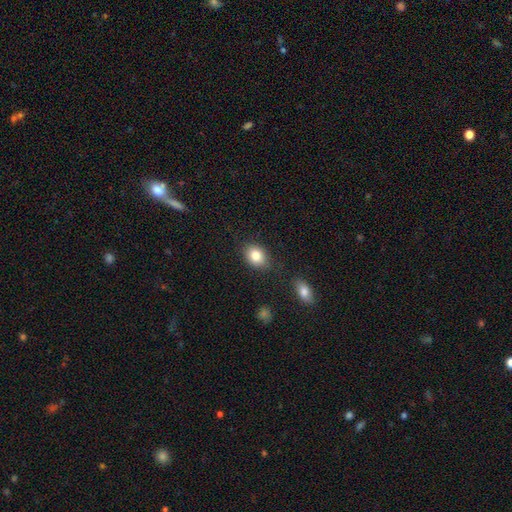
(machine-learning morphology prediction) Smooth or featured? Predicted: smooth (p=0.83). How rounded? Predicted: in between (p=0.64). Merging? Predicted: none (p=0.81).